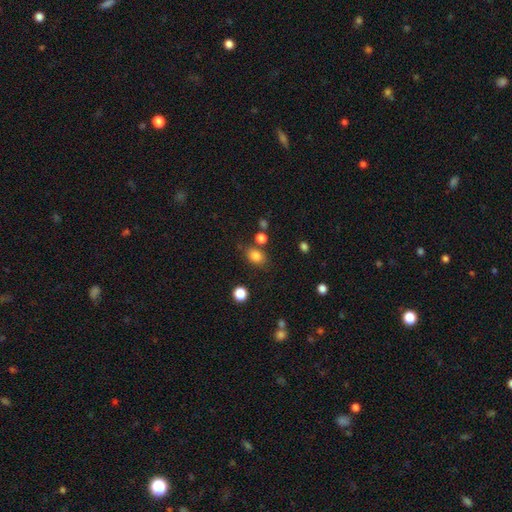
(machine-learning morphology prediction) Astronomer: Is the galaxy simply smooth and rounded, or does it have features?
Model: smooth — 82%.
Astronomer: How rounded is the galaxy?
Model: in between — 62%.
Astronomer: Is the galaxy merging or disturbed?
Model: none — 75%.